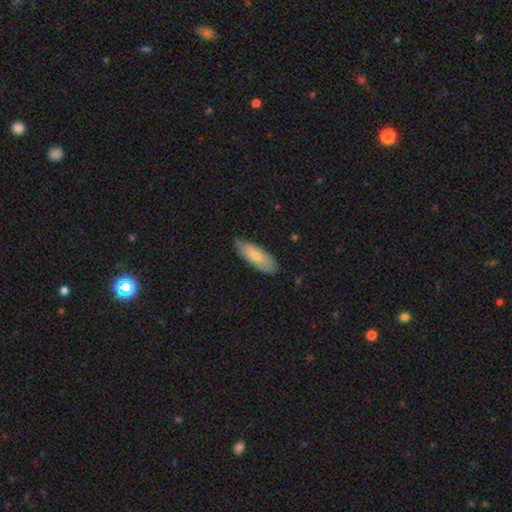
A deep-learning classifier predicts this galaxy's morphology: The model was most divided on "how rounded": in between: 69%, cigar-shaped: 29%, round: 2%. More confident: merging — none (79%); smooth or featured — smooth (74%).